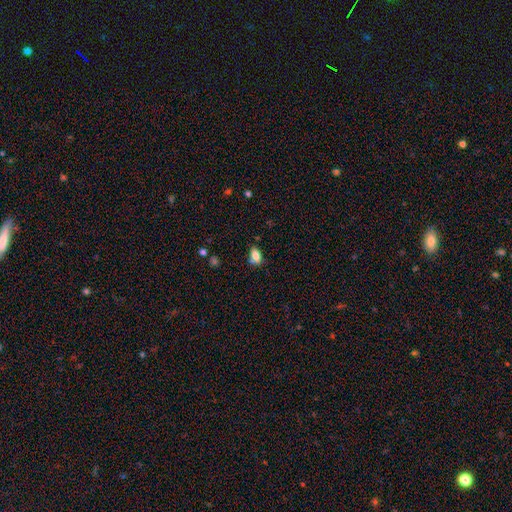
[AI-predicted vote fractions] A smooth galaxy with no disk features (77%) that is in between round and cigar-shaped (86%).

Vote fractions:
- Smooth or featured? smooth: 77% / featured or disk: 12% / star or artifact: 11%
- How rounded? in between: 86% / round: 8% / cigar-shaped: 7%
- Merging? none: 68% / minor disturbance: 18% / merger: 10% / major disturbance: 5%